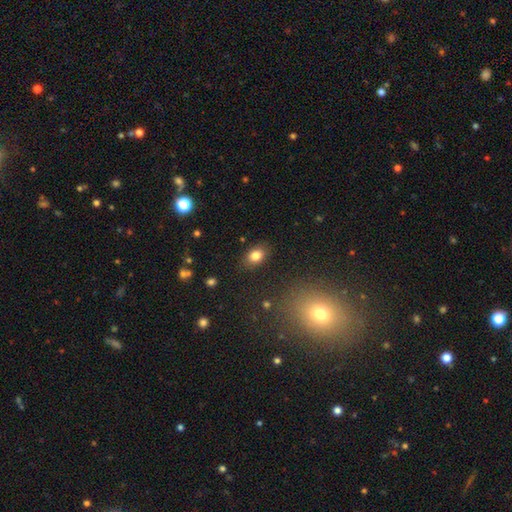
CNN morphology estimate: The model was most divided on "how rounded": in between: 80%, round: 19%, cigar-shaped: 1%. More confident: merging — none (85%); smooth or featured — smooth (82%).